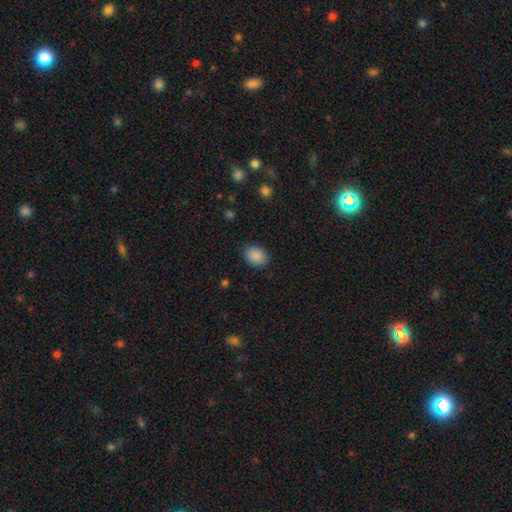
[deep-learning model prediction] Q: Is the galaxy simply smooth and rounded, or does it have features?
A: smooth — 89%.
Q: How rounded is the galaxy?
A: in between — 62%.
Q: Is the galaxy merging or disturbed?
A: none — 86%.